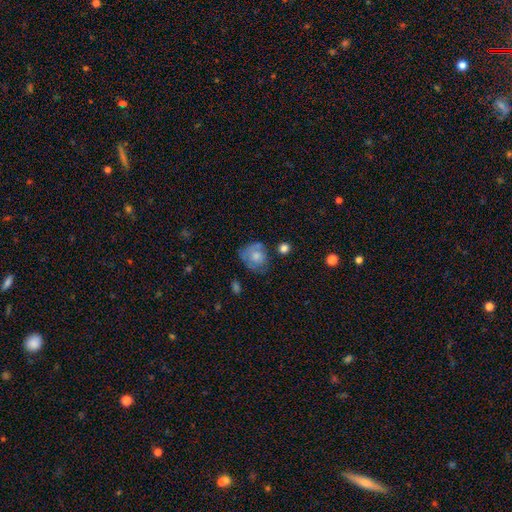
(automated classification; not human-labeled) A smooth galaxy with no disk features (65%) that is round (60%).

Vote fractions:
- Smooth or featured? smooth: 65% / featured or disk: 26% / star or artifact: 8%
- How rounded? round: 60% / in between: 39% / cigar-shaped: 1%
- Merging? none: 47% / minor disturbance: 31% / major disturbance: 16% / merger: 7%